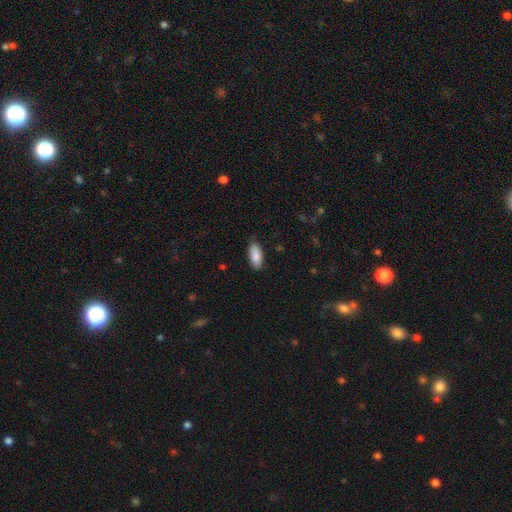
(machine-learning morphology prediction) smooth 88%, featured or disk 6%, star or artifact 6%. Down the decision tree: how rounded — in between (84%); merging — none (83%).